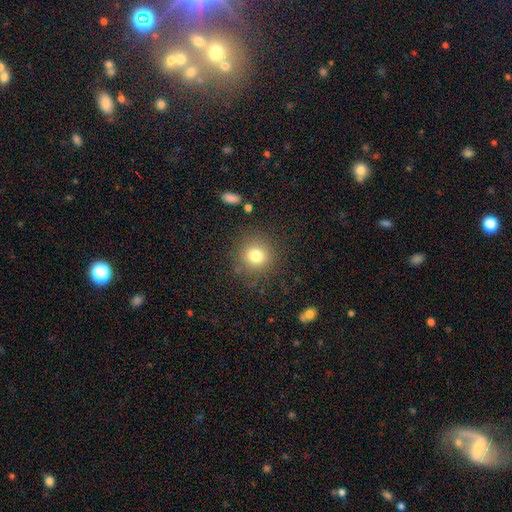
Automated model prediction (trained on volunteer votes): smooth-or-featured: smooth: 79% | star or artifact: 12% | featured or disk: 8%
  how-rounded: round: 91% | in between: 9% | cigar-shaped: 1%
  merging: none: 86% | minor disturbance: 9% | major disturbance: 4% | merger: 2%